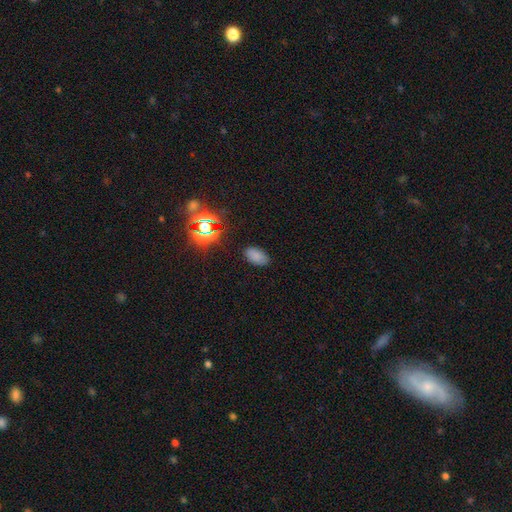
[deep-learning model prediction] Smooth or featured? smooth (75%)
How rounded? in between (92%)
Merging? none (84%)